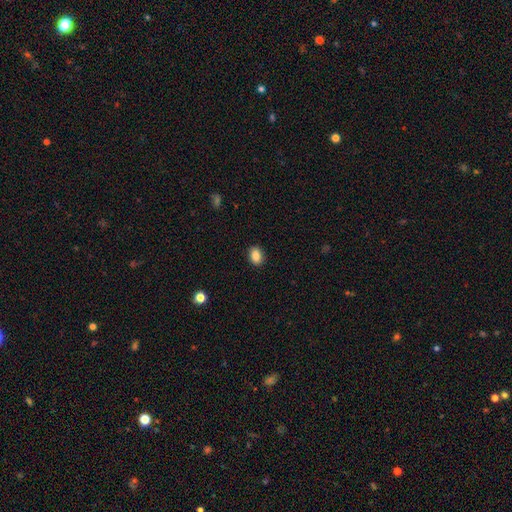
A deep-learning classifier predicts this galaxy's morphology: The model was most divided on "how rounded": in between: 69%, round: 30%, cigar-shaped: 1%. More confident: merging — none (90%); smooth or featured — smooth (86%).